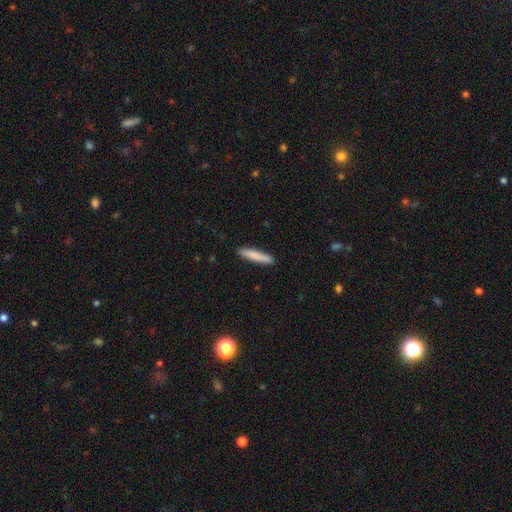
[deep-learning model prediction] This is clearly a smooth galaxy (84%). How rounded: clearly cigar-shaped (90%). Merging: clearly none (90%).